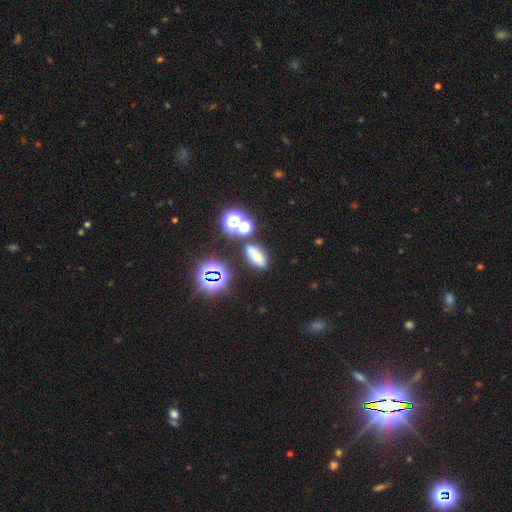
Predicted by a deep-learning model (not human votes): Q: Smooth or featured?
A: smooth (57%); runner-up: star or artifact (30%)
Q: How rounded?
A: in between (74%); runner-up: round (17%)
Q: Merging?
A: none (70%); runner-up: minor disturbance (13%)